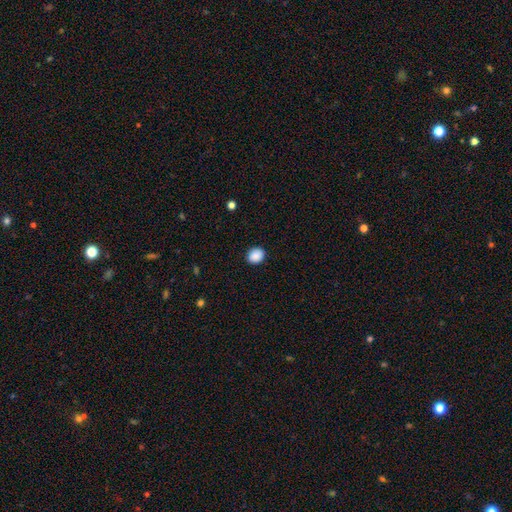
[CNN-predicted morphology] A smooth galaxy with no disk features (89%) that is round (65%).

Vote fractions:
- Smooth or featured? smooth: 89% / star or artifact: 8% / featured or disk: 3%
- How rounded? round: 65% / in between: 34% / cigar-shaped: 1%
- Merging? none: 89% / minor disturbance: 8% / major disturbance: 2% / merger: 1%